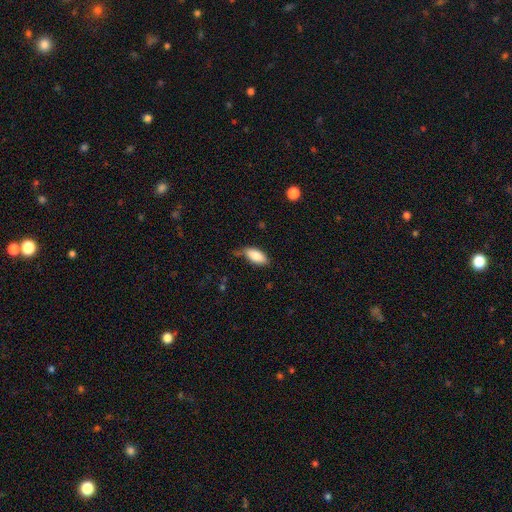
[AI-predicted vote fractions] Smooth or featured? smooth (85%)
How rounded? in between (90%)
Merging? none (61%)